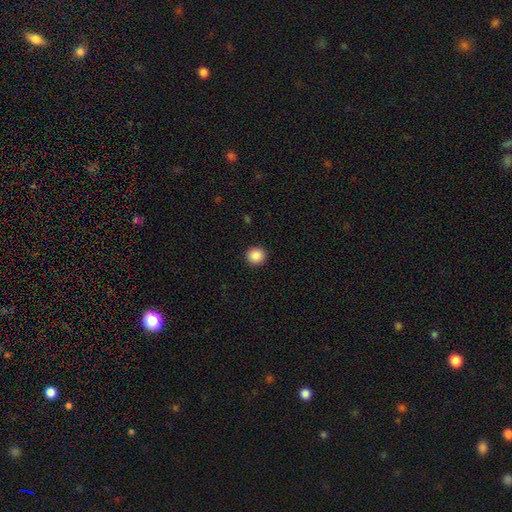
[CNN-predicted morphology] smooth 89%, star or artifact 9%, featured or disk 2%. Down the decision tree: how rounded — round (92%); merging — none (92%).